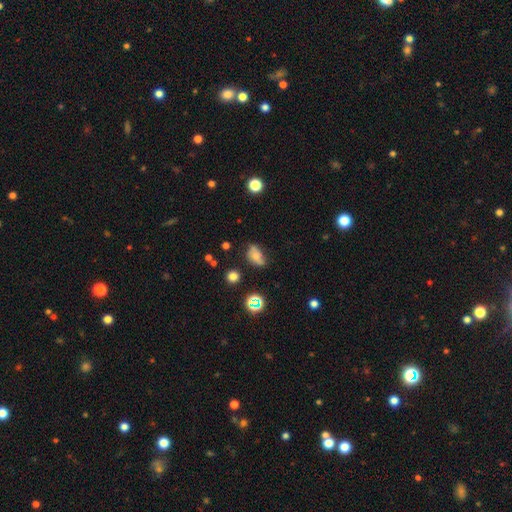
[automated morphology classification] Q: Smooth or featured?
A: smooth (57%); runner-up: featured or disk (27%)
Q: How rounded?
A: in between (83%); runner-up: round (14%)
Q: Merging?
A: none (47%); runner-up: minor disturbance (37%)